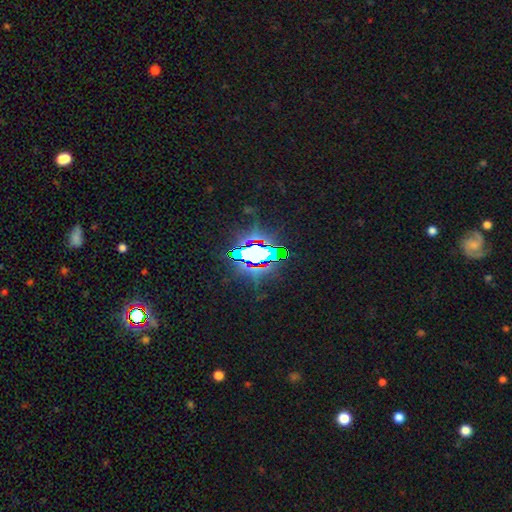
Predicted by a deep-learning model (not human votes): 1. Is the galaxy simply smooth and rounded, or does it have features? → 72% star or artifact, 15% smooth, 13% featured or disk.